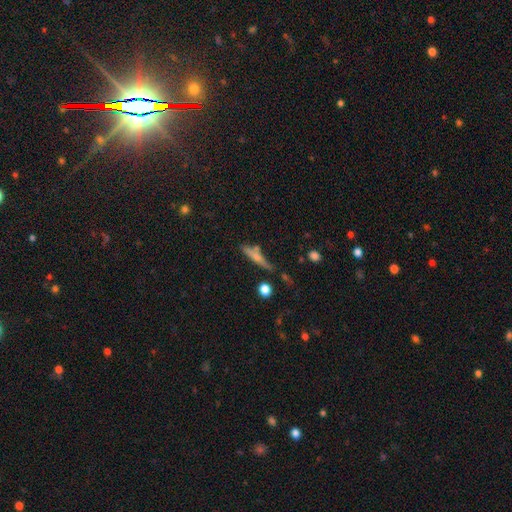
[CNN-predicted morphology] Smooth or featured? Predicted: smooth (p=0.56). How rounded? Predicted: cigar-shaped (p=0.84). Merging? Predicted: none (p=0.64).